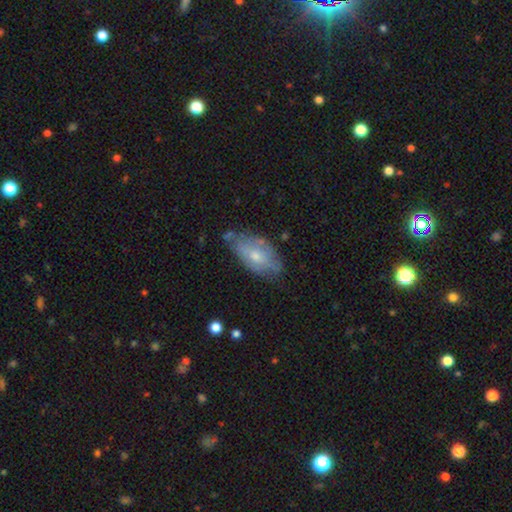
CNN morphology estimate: Smooth or featured: featured or disk — 46% (tied with smooth — 46%)
Merging: none — 60% (minor disturbance — 29%)